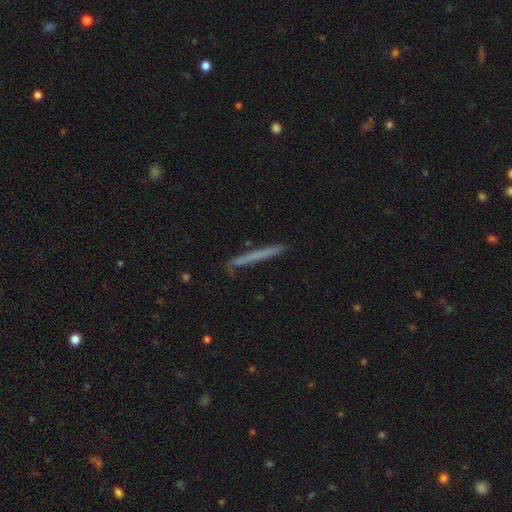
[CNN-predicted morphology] smooth_or_featured: smooth (p=0.59) [alt: featured or disk p=0.34]
how_rounded: cigar-shaped (p=0.97) [alt: in between p=0.02]
merging: none (p=0.87) [alt: minor disturbance p=0.10]